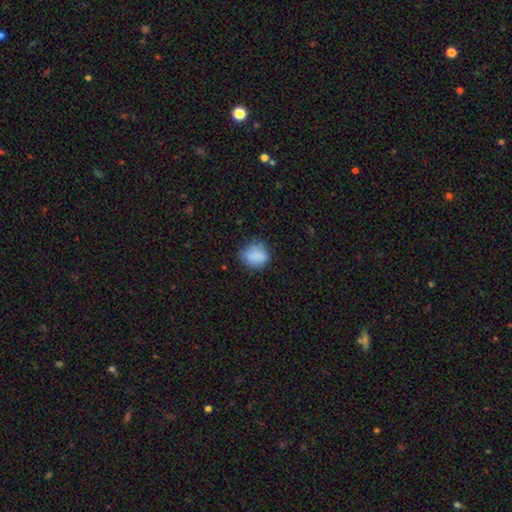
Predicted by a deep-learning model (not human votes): Smooth or featured?
  - smooth: 85% *
  - star or artifact: 9%
  - featured or disk: 6%
How rounded?
  - round: 71% *
  - in between: 28%
  - cigar-shaped: 1%
Merging?
  - none: 71% *
  - minor disturbance: 22%
  - major disturbance: 6%
  - merger: 1%